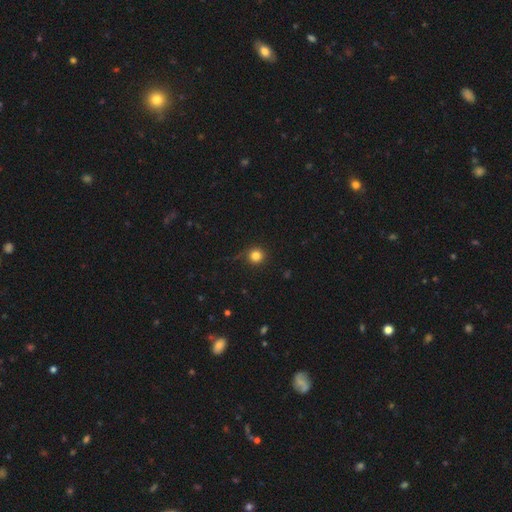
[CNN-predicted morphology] Smooth or featured?
  - smooth: 82% *
  - star or artifact: 13%
  - featured or disk: 5%
How rounded?
  - round: 94% *
  - in between: 5%
  - cigar-shaped: 1%
Merging?
  - none: 82% *
  - minor disturbance: 13%
  - major disturbance: 4%
  - merger: 1%